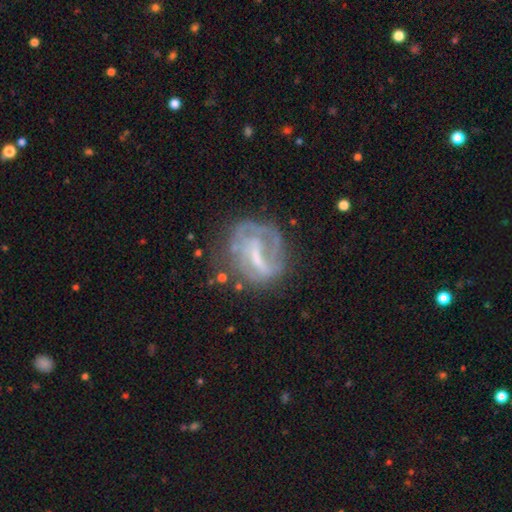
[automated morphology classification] smooth_or_featured: featured or disk (p=0.71) [alt: smooth p=0.19]
disk_edge_on: no (p=0.97) [alt: yes p=0.03]
bar: weak (p=0.42) [alt: strong p=0.37]
has_spiral_arms: yes (p=0.59) [alt: no p=0.41]
bulge_size: none (p=0.36) [alt: small p=0.34]
merging: none (p=0.51) [alt: major disturbance p=0.24]